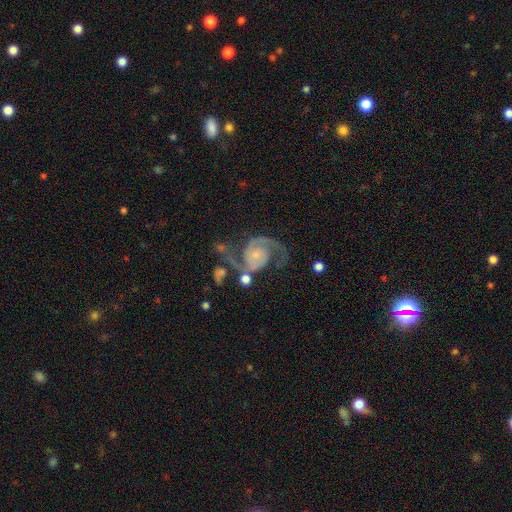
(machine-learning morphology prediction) featured or disk 92%, star or artifact 5%, smooth 4%. Down the decision tree: edge-on disk — no (98%); bar — no (67%); spiral arms — yes (98%); spiral arm count — 2 (93%); spiral winding — medium (56%); bulge size — small (64%); merging — none (58%).